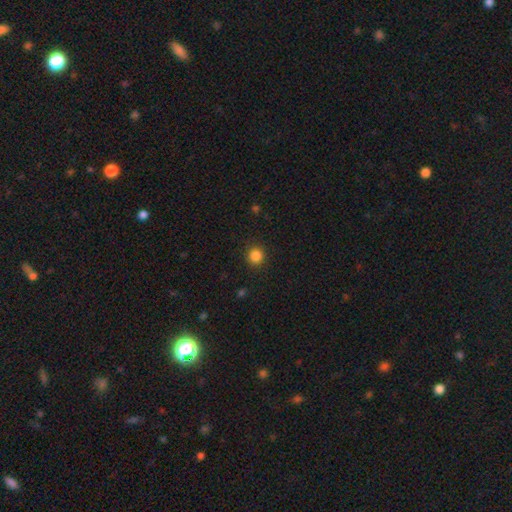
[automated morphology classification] smooth_or_featured: smooth (p=0.85) [alt: star or artifact p=0.11]
how_rounded: round (p=0.91) [alt: in between p=0.08]
merging: none (p=0.90) [alt: minor disturbance p=0.07]